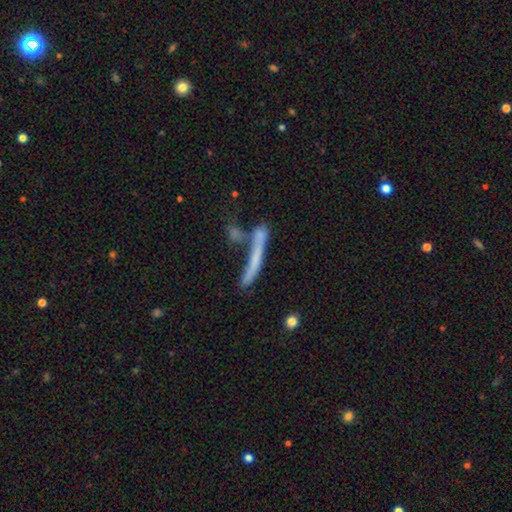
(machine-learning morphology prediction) smooth 50%, featured or disk 39%, star or artifact 11%. Down the decision tree: how rounded — cigar-shaped (93%); merging — none (47%).